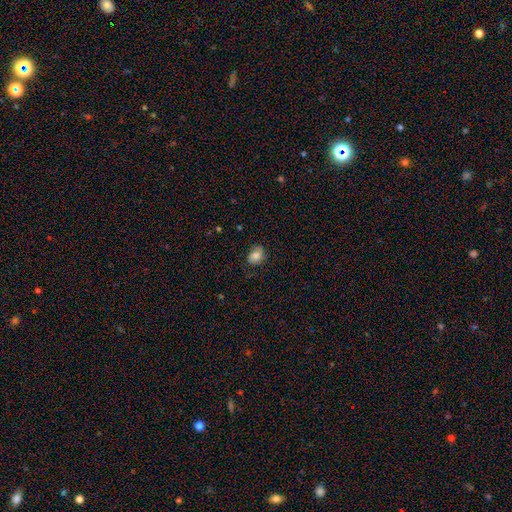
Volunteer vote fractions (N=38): Volunteers were most divided on "how rounded": in between: 57%, round: 43%, cigar-shaped: 0%. More confident: smooth or featured — smooth (79%); merging — none (54%).